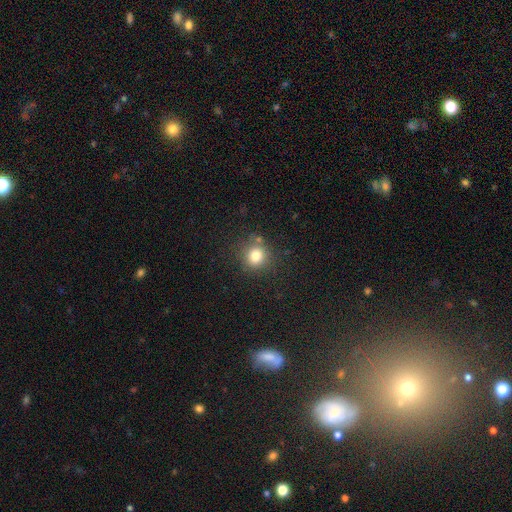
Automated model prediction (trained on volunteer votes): smooth_or_featured: smooth (p=0.78) [alt: star or artifact p=0.14]
how_rounded: round (p=0.90) [alt: in between p=0.09]
merging: none (p=0.79) [alt: minor disturbance p=0.11]